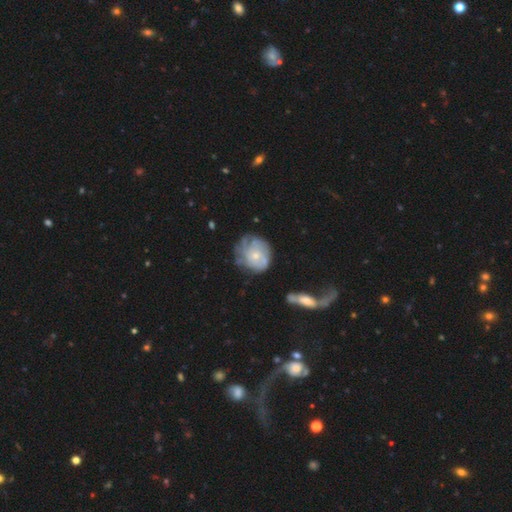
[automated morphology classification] Q: Smooth or featured?
A: featured or disk (57%); runner-up: smooth (35%)
Q: Edge-on disk?
A: no (97%); runner-up: yes (3%)
Q: Bar?
A: no (87%); runner-up: weak (11%)
Q: Spiral arms?
A: yes (57%); runner-up: no (43%)
Q: Bulge size?
A: small (59%); runner-up: moderate (35%)
Q: Merging?
A: none (51%); runner-up: minor disturbance (27%)